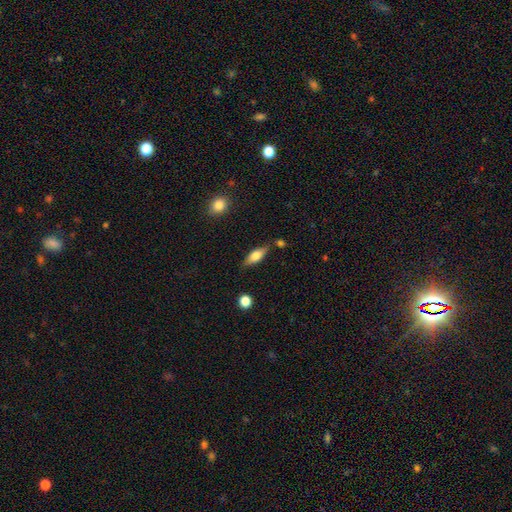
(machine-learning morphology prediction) This is likely a smooth galaxy (63%). How rounded: likely in between (68%). Merging: likely none (76%).